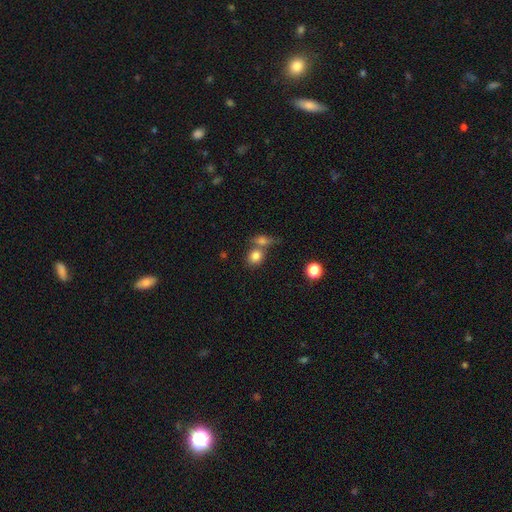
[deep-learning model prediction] Q: Smooth or featured?
A: smooth (82%); runner-up: star or artifact (10%)
Q: How rounded?
A: round (63%); runner-up: in between (35%)
Q: Merging?
A: none (47%); runner-up: merger (38%)